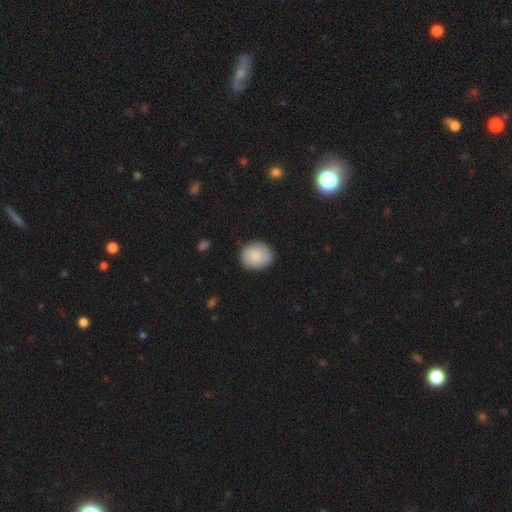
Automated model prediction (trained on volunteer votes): A smooth galaxy with no disk features (80%) that is round (72%).

Vote fractions:
- Smooth or featured? smooth: 80% / featured or disk: 14% / star or artifact: 7%
- How rounded? round: 72% / in between: 28% / cigar-shaped: 1%
- Merging? none: 83% / minor disturbance: 13% / major disturbance: 3% / merger: 1%